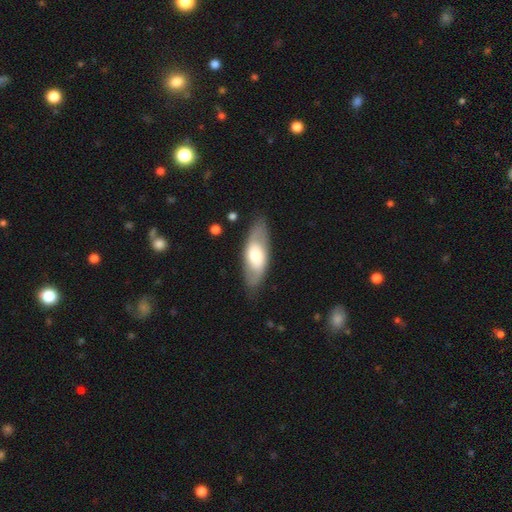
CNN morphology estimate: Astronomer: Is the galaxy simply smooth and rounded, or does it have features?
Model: smooth — 53% (runner-up: featured or disk, 42%).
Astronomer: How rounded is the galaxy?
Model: in between — 79%.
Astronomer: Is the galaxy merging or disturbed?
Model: none — 80%.